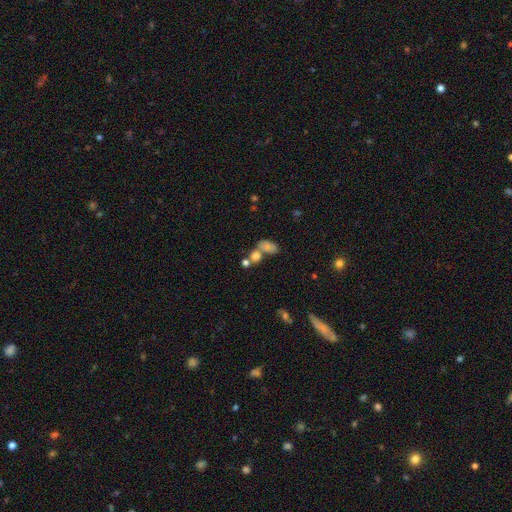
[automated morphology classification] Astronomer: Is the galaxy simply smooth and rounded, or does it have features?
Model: smooth — 71%.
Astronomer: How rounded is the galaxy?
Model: round — 49% (runner-up: in between, 48%).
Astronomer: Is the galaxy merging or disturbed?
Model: merger — 48% (runner-up: none, 35%).